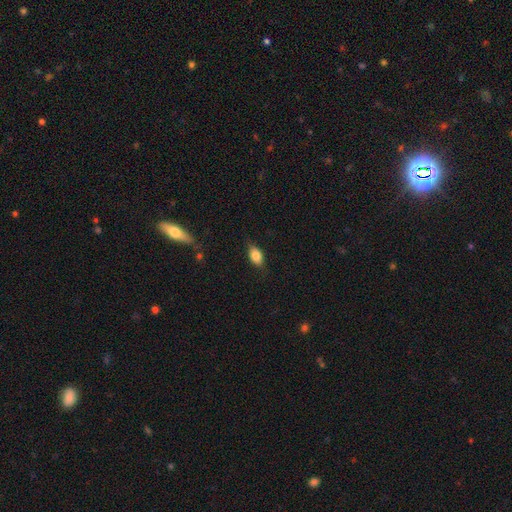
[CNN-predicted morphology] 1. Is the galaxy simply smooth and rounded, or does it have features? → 78% smooth, 14% featured or disk, 8% star or artifact.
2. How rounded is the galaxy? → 84% in between, 11% round, 5% cigar-shaped.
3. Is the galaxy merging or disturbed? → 77% none, 18% minor disturbance, 4% major disturbance, 1% merger.